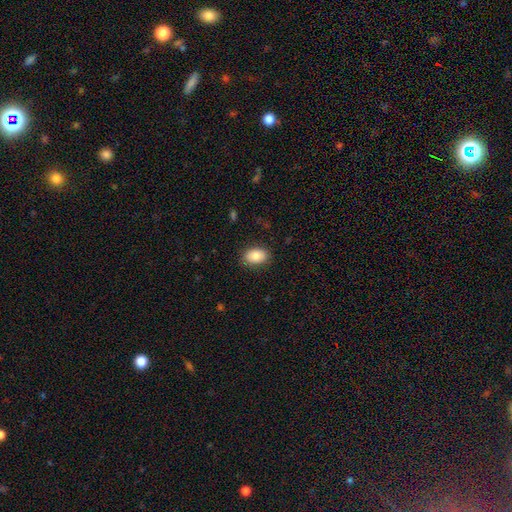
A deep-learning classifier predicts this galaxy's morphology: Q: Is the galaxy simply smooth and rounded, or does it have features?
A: smooth — 85%.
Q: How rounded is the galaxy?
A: in between — 85%.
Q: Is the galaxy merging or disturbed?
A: none — 86%.